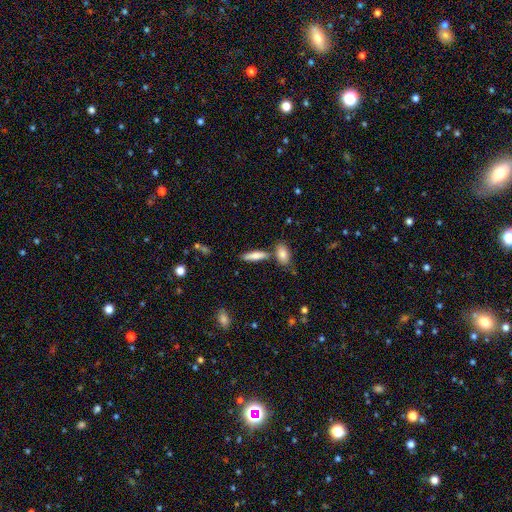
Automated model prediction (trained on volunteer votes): Smooth or featured?
  - smooth: 71% *
  - featured or disk: 22%
  - star or artifact: 7%
How rounded?
  - cigar-shaped: 66% *
  - in between: 32%
  - round: 2%
Merging?
  - none: 69% *
  - merger: 17%
  - minor disturbance: 11%
  - major disturbance: 3%